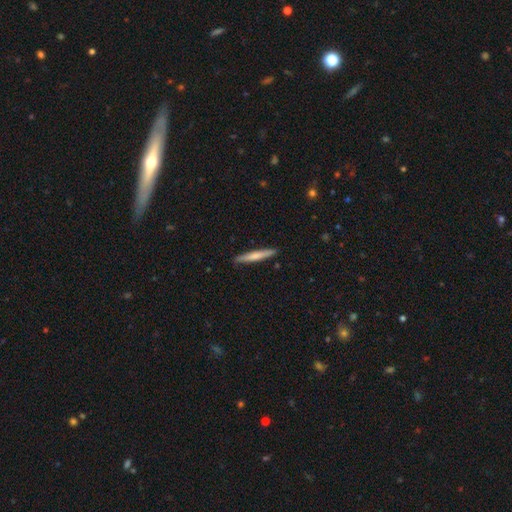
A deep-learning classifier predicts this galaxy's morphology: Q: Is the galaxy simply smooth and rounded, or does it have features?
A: smooth — 65%.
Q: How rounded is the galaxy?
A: cigar-shaped — 95%.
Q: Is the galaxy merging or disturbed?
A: none — 90%.